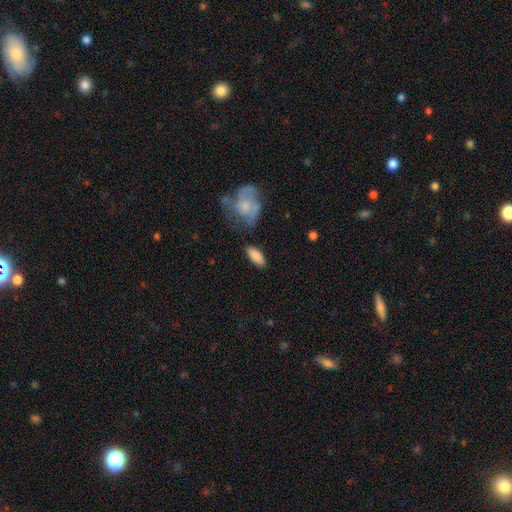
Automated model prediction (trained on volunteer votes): Smooth or featured: smooth — 87% (featured or disk — 7%)
How rounded: in between — 85% (cigar-shaped — 13%)
Merging: none — 82% (minor disturbance — 11%)